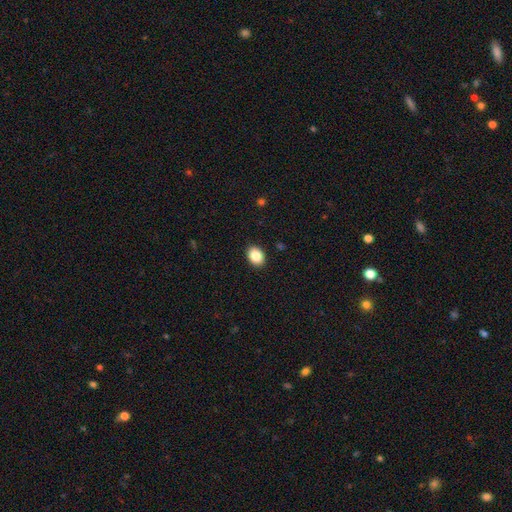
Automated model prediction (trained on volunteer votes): A smooth galaxy with no disk features (87%) that is in between round and cigar-shaped (67%). Merging: none (91%).